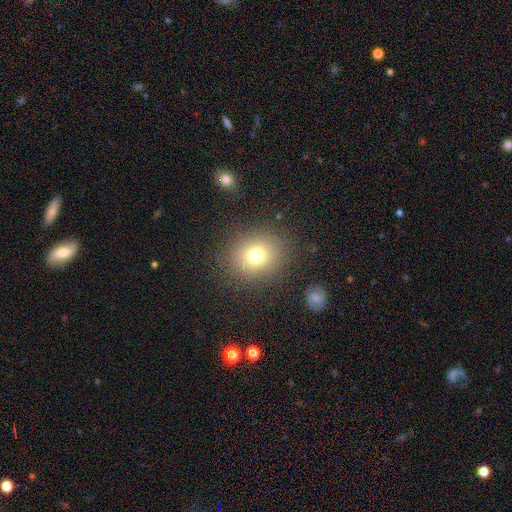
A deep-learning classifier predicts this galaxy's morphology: Smooth or featured?
  - smooth: 74% *
  - star or artifact: 15%
  - featured or disk: 10%
How rounded?
  - round: 80% *
  - in between: 19%
  - cigar-shaped: 1%
Merging?
  - none: 86% *
  - minor disturbance: 8%
  - major disturbance: 4%
  - merger: 2%